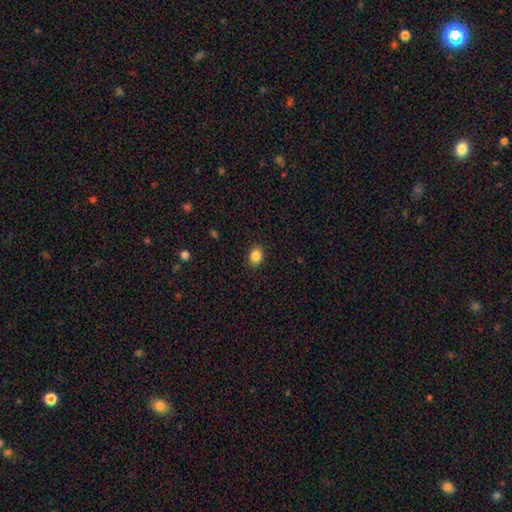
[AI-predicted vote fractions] smooth_or_featured: smooth (p=0.86) [alt: star or artifact p=0.09]
how_rounded: in between (p=0.66) [alt: round p=0.33]
merging: none (p=0.88) [alt: minor disturbance p=0.08]